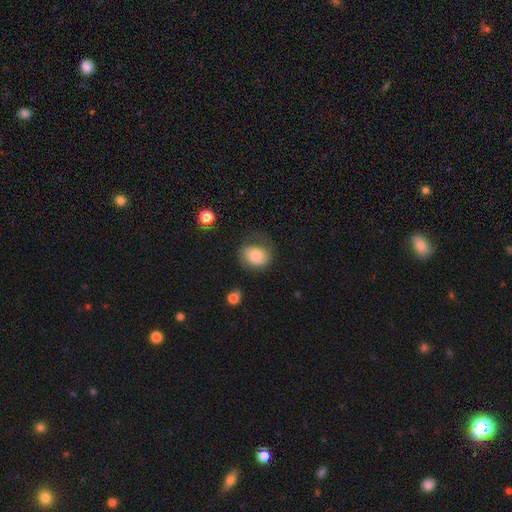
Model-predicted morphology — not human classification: A smooth galaxy with no disk features (64%) that is round (52%).

Vote fractions:
- Smooth or featured? smooth: 64% / featured or disk: 27% / star or artifact: 8%
- How rounded? round: 52% / in between: 47% / cigar-shaped: 1%
- Merging? none: 44% / minor disturbance: 30% / major disturbance: 24% / merger: 2%